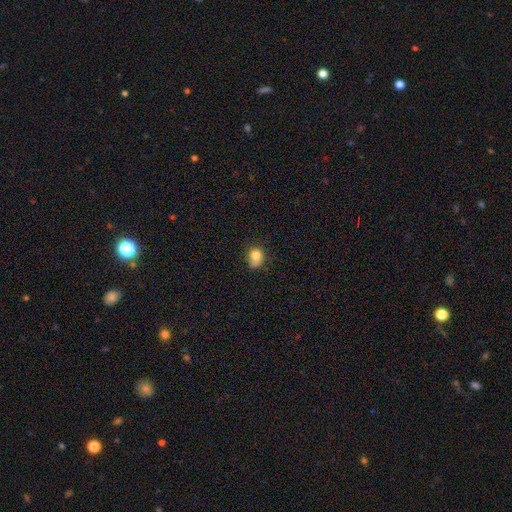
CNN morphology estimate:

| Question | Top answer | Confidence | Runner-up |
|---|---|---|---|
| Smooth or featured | smooth | 79% | featured or disk (11%) |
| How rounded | round | 60% | in between (39%) |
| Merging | none | 52% | minor disturbance (31%) |